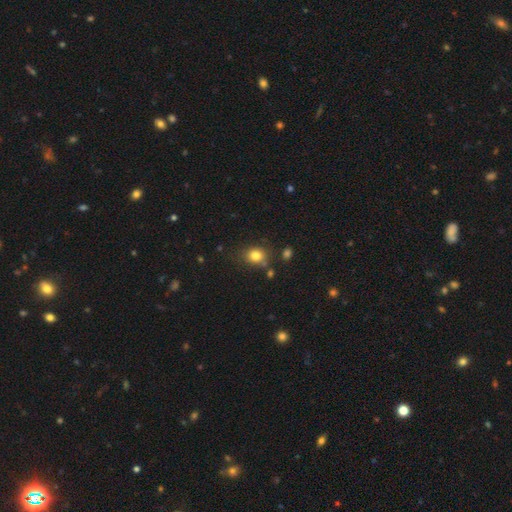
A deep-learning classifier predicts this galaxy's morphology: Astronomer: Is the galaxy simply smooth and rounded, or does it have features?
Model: smooth — 82%.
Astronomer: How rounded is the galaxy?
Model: round — 64%.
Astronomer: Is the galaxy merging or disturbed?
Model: none — 74%.